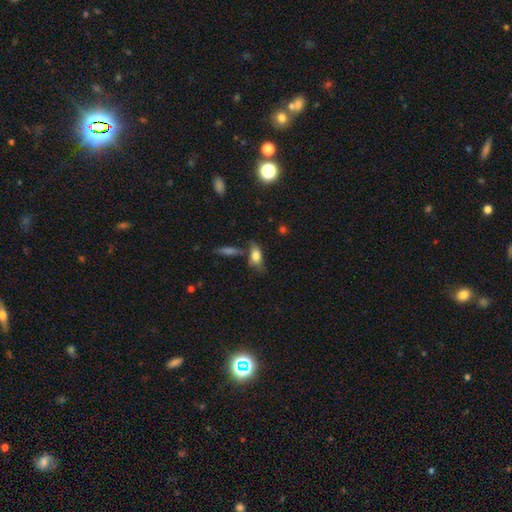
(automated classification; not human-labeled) smooth_or_featured: smooth (p=0.73) [alt: featured or disk p=0.18]
how_rounded: in between (p=0.81) [alt: cigar-shaped p=0.13]
merging: none (p=0.55) [alt: minor disturbance p=0.21]